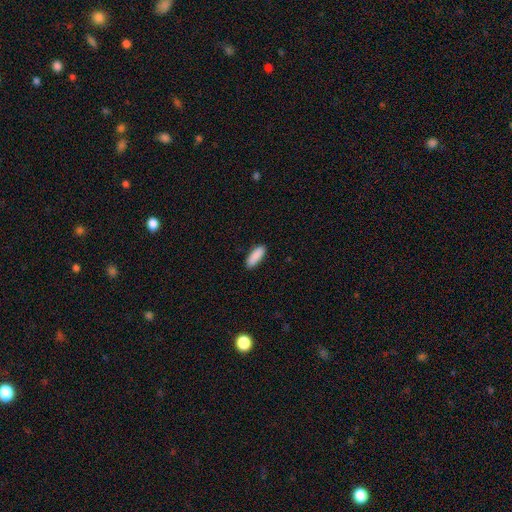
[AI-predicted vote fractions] Q: Smooth or featured?
A: smooth (90%); runner-up: star or artifact (6%)
Q: How rounded?
A: in between (62%); runner-up: cigar-shaped (37%)
Q: Merging?
A: none (87%); runner-up: minor disturbance (10%)